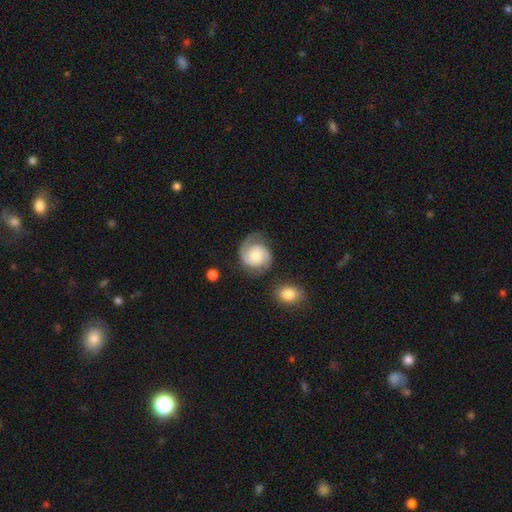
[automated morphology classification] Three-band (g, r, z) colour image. It shows a featured or disk galaxy (72%) with no bar (69%), 2 (84%) tight (43%) spiral arms (95%) and a moderate central bulge (53%). Merging: none (69%).